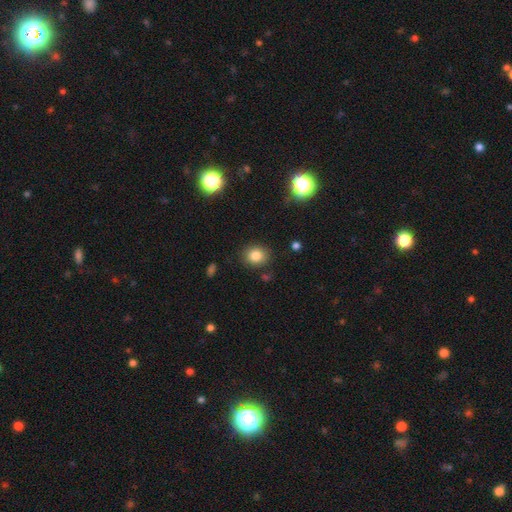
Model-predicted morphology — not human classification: smooth_or_featured: smooth (p=0.82) [alt: star or artifact p=0.11]
how_rounded: round (p=0.71) [alt: in between p=0.28]
merging: none (p=0.87) [alt: minor disturbance p=0.09]